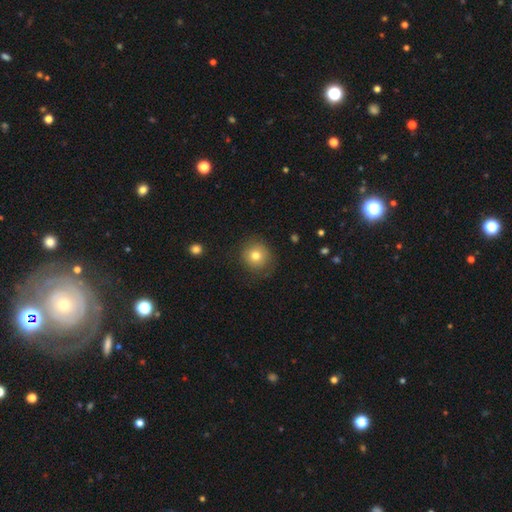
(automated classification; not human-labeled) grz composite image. It shows a smooth galaxy with no disk features (77%) that is round (91%). Merging: none (79%).